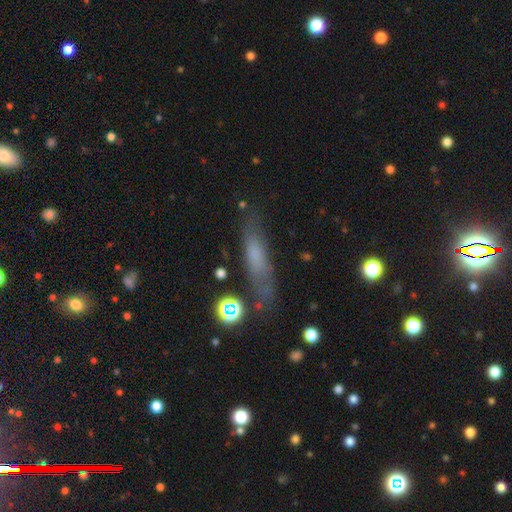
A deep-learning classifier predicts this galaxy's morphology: The model was most divided on "smooth or featured": smooth: 57%, featured or disk: 30%, star or artifact: 12%. More confident: how rounded — cigar-shaped (71%); merging — none (70%).